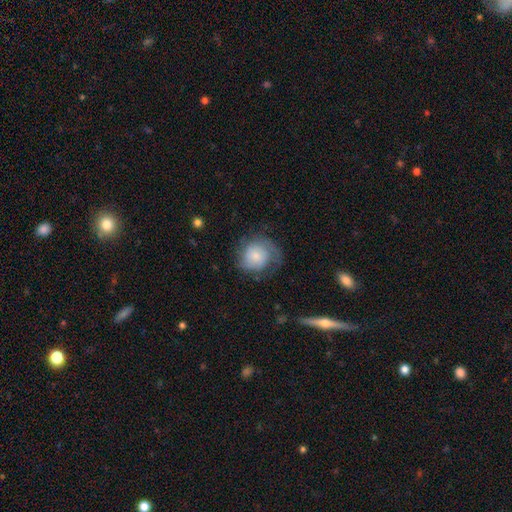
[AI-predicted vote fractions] This appears to be a featured or disk galaxy (46%, tied with smooth). Merging: none (57%).